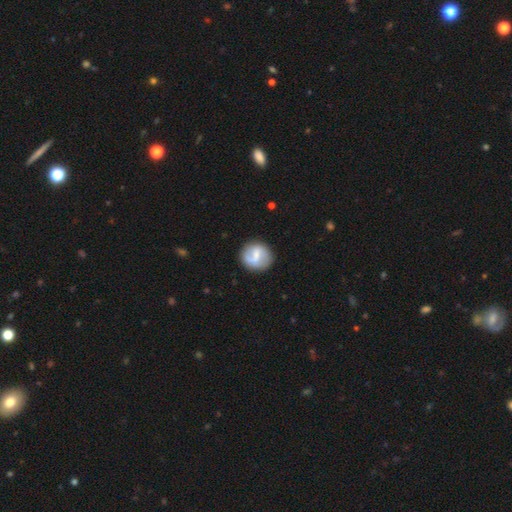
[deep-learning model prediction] A featured or disk galaxy (52%) with a weak bar (49%), spiral arms (73%) and a small central bulge (42%).

Vote fractions:
- Smooth or featured? featured or disk: 52% / smooth: 42% / star or artifact: 7%
- Edge-on disk? no: 97% / yes: 3%
- Bar? weak: 49% / strong: 32% / no: 20%
- Spiral arms? yes: 73% / no: 27%
- Bulge size? small: 42% / moderate: 29% / none: 23% / large: 4% / dominant: 2%
- Merging? none: 80% / minor disturbance: 13% / major disturbance: 5% / merger: 2%